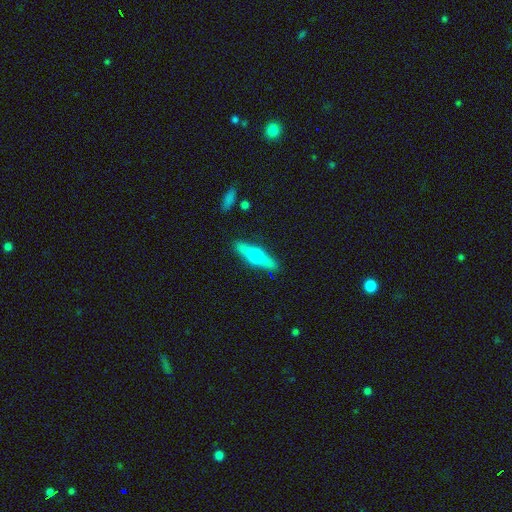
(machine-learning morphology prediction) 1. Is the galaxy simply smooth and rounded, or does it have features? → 65% featured or disk, 30% smooth, 6% star or artifact.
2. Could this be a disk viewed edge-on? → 96% yes, 4% no.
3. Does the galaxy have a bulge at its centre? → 96% rounded, 3% boxy, 2% none.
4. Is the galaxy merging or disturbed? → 88% none, 8% minor disturbance, 2% merger, 2% major disturbance.